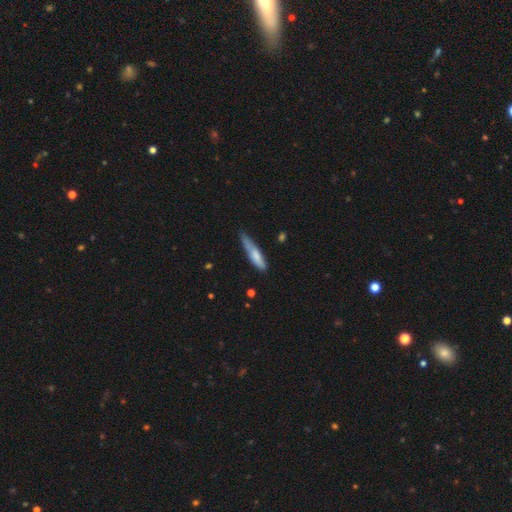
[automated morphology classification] Q: Smooth or featured?
A: smooth (73%); runner-up: featured or disk (21%)
Q: How rounded?
A: cigar-shaped (79%); runner-up: in between (19%)
Q: Merging?
A: none (45%); runner-up: minor disturbance (39%)